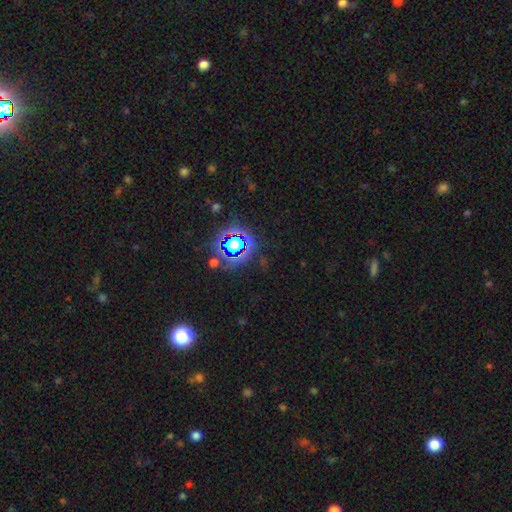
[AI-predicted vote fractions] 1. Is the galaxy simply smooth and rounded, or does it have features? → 78% star or artifact, 14% smooth, 8% featured or disk.